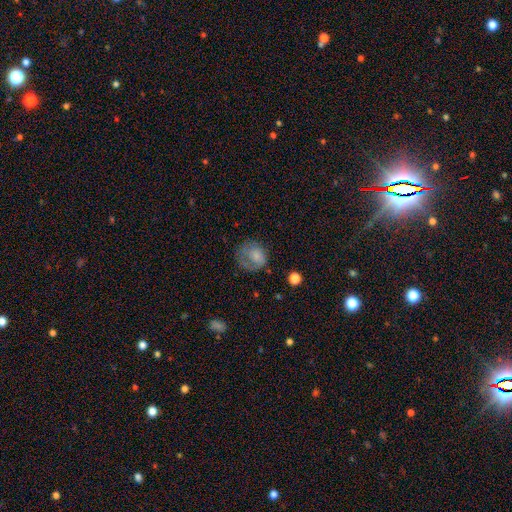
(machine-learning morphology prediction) The model was most divided on "merging": none: 45%, major disturbance: 28%, minor disturbance: 24%, merger: 2%. More confident: how rounded — round (67%); smooth or featured — smooth (64%).